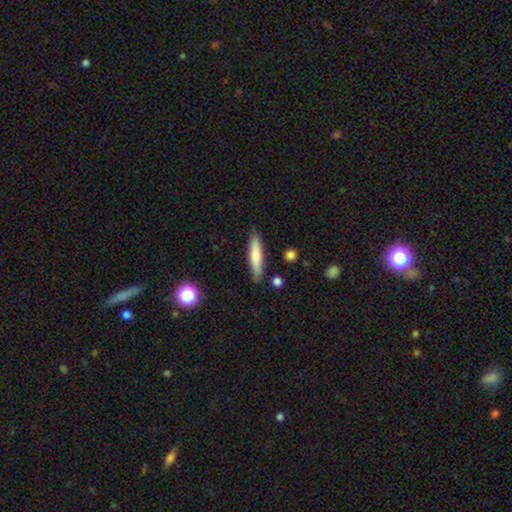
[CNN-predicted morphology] smooth 69%, featured or disk 25%, star or artifact 6%. Down the decision tree: how rounded — cigar-shaped (84%); merging — none (85%).